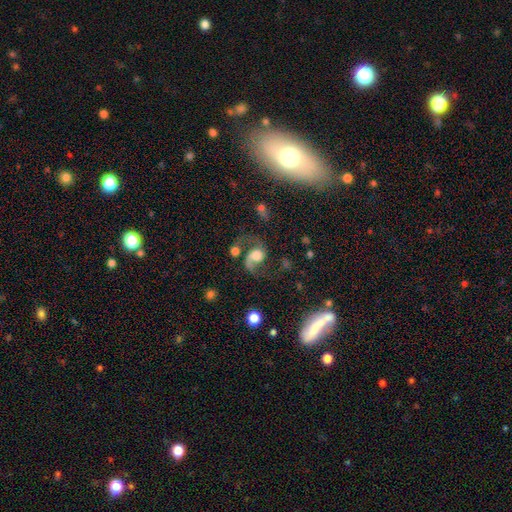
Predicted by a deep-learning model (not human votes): A featured or disk galaxy (76%) with no bar (66%), 2 (77%) loose (59%) spiral arms (93%) and a large central bulge (43%).

Vote fractions:
- Smooth or featured? featured or disk: 76% / smooth: 16% / star or artifact: 8%
- Edge-on disk? no: 98% / yes: 2%
- Bar? no: 66% / weak: 28% / strong: 7%
- Spiral arms? yes: 93% / no: 7%
- Spiral winding? loose: 59% / medium: 35% / tight: 7%
- Spiral arm count? 2: 77% / 1: 19% / can't tell: 2% / 3: 1% / 4: 1% / more than 4: 1%
- Bulge size? large: 43% / moderate: 25% / none: 11% / dominant: 10% / small: 10%
- Merging? none: 48% / major disturbance: 26% / minor disturbance: 17% / merger: 8%